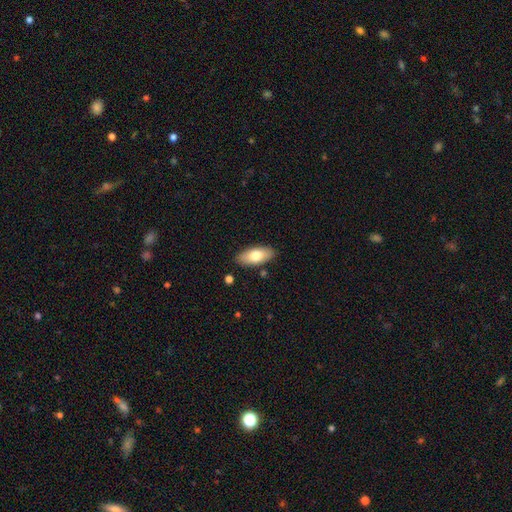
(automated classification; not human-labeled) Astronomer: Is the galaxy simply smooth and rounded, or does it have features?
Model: smooth — 76%.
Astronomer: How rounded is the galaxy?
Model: in between — 87%.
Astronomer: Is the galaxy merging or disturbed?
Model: none — 86%.